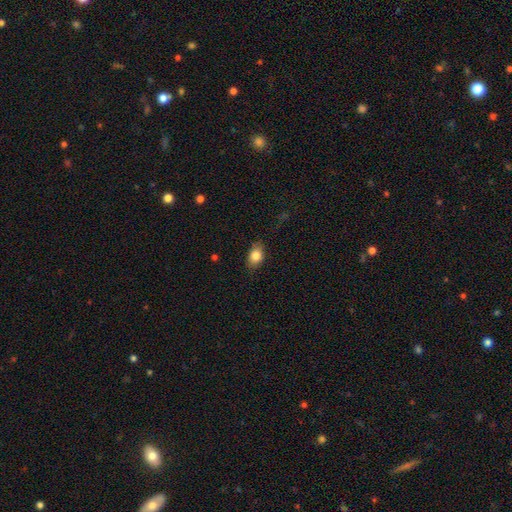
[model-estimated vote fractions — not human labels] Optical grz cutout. It shows a smooth galaxy with no disk features (84%) that is in between round and cigar-shaped (80%). Merging: none (79%).